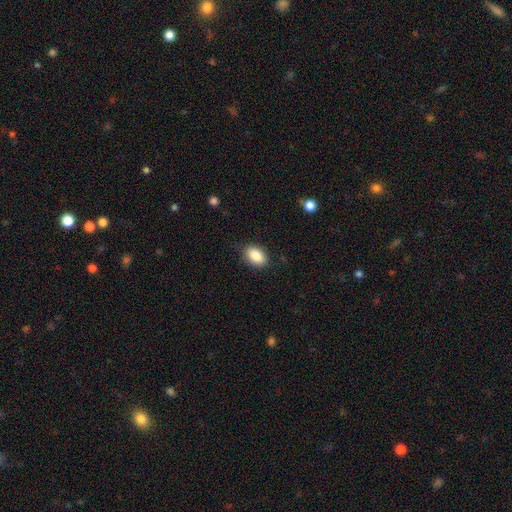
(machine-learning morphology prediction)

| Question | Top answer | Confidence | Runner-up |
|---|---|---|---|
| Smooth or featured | smooth | 87% | star or artifact (7%) |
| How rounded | in between | 89% | round (9%) |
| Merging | none | 82% | minor disturbance (14%) |